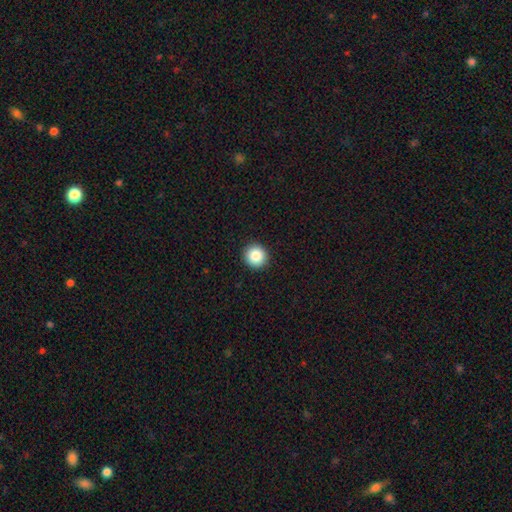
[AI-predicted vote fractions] Smooth or featured?
  - smooth: 86% *
  - star or artifact: 9%
  - featured or disk: 4%
How rounded?
  - round: 94% *
  - in between: 5%
  - cigar-shaped: 1%
Merging?
  - none: 93% *
  - minor disturbance: 5%
  - major disturbance: 2%
  - merger: 1%